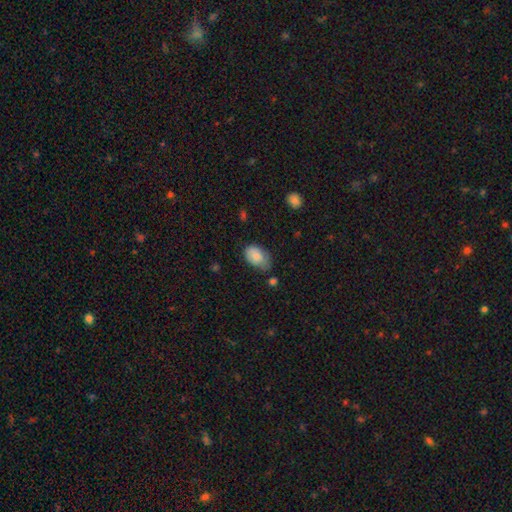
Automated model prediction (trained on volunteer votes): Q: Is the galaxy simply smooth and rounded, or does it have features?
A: smooth — 82%.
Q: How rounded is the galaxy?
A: in between — 89%.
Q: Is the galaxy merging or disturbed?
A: none — 53%.